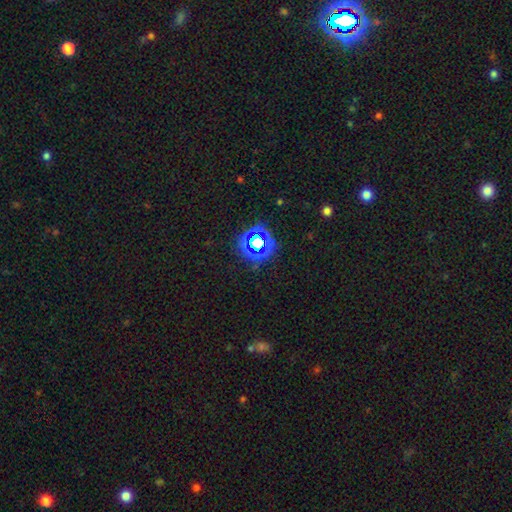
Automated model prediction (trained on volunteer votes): star or artifact 61%, smooth 33%, featured or disk 6%.